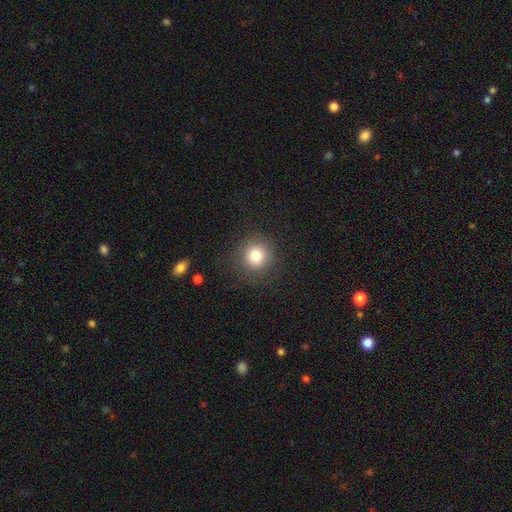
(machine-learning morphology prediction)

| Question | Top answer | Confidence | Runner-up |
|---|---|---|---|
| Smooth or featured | smooth | 80% | star or artifact (12%) |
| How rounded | round | 92% | in between (7%) |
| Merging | none | 86% | minor disturbance (9%) |